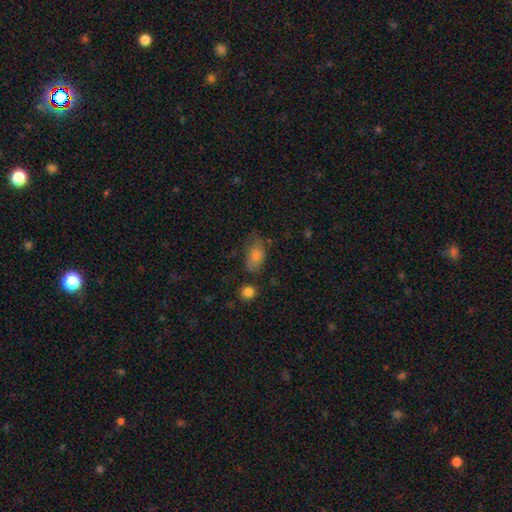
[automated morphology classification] Smooth or featured? Predicted: smooth (p=0.73). How rounded? Predicted: in between (p=0.87). Merging? Predicted: none (p=0.56).